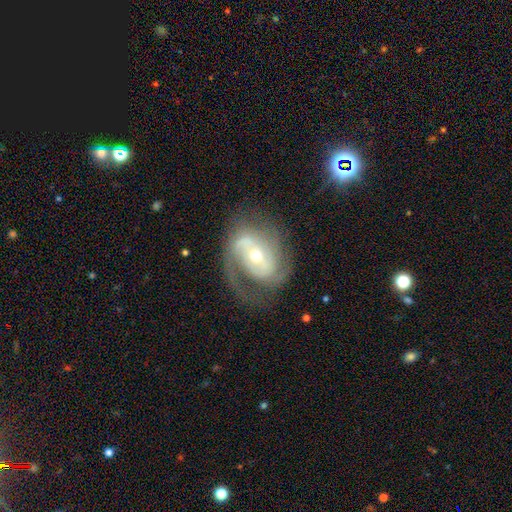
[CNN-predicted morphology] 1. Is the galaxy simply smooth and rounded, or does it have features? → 83% featured or disk, 11% smooth, 7% star or artifact.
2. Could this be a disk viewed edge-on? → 96% no, 4% yes.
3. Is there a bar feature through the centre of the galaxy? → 43% no, 36% weak, 21% strong.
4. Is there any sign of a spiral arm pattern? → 92% yes, 8% no.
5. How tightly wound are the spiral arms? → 44% medium, 34% tight, 22% loose.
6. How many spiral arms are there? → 48% 2, 25% 1, 15% can't tell, 8% 3, 2% 4, 2% more than 4.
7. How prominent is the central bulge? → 52% small, 43% moderate, 2% large, 1% dominant, 1% none.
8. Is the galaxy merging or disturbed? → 53% none, 25% major disturbance, 20% minor disturbance, 2% merger.